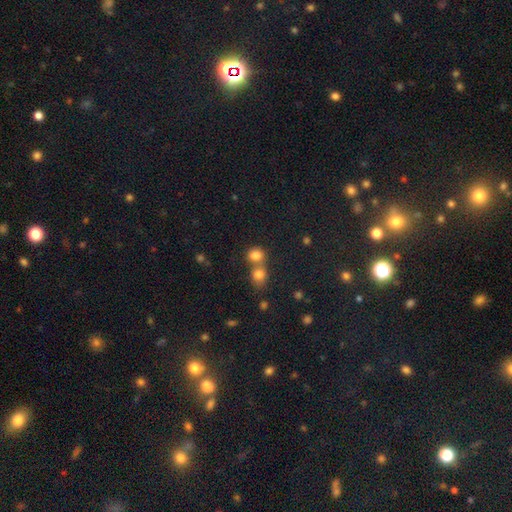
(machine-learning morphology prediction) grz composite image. It shows a smooth galaxy with no disk features (81%) that is round (75%). Merging: merger (49%).